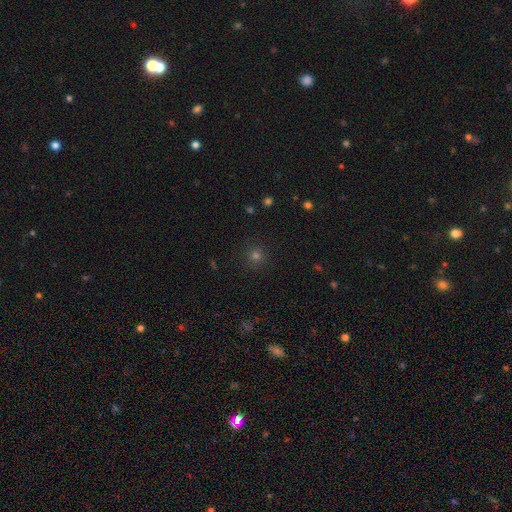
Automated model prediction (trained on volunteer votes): A smooth galaxy with no disk features (69%) that is round (95%). Merging: none (91%).